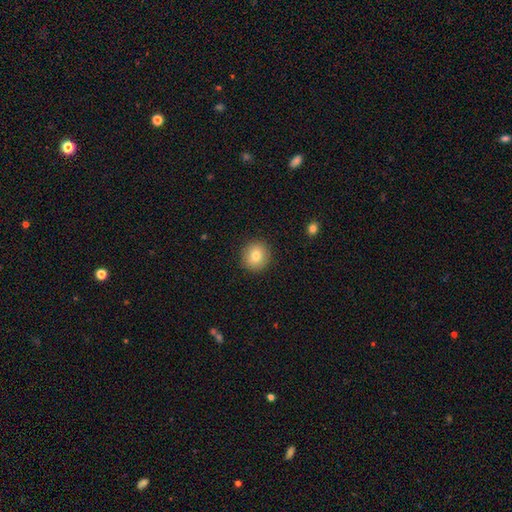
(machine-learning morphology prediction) Overall: smooth (79%). How rounded: round (92%). Merging: none (91%).